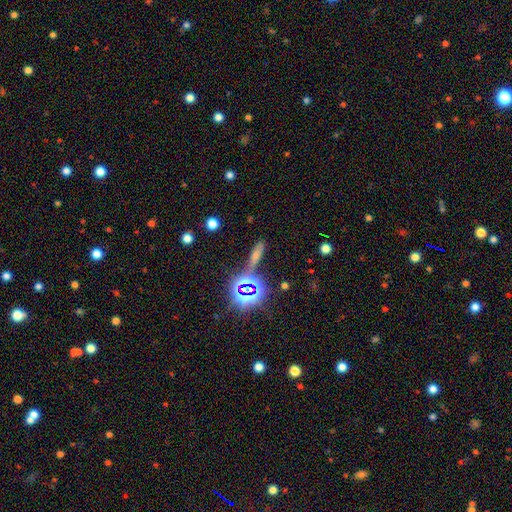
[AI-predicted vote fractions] smooth-or-featured: smooth: 53% | star or artifact: 33% | featured or disk: 14%
  how-rounded: cigar-shaped: 68% | in between: 25% | round: 7%
  merging: none: 67% | minor disturbance: 15% | merger: 11% | major disturbance: 7%